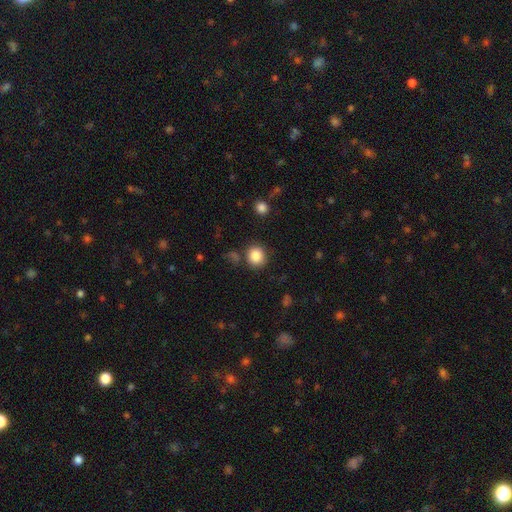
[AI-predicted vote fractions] smooth 86%, star or artifact 10%, featured or disk 4%. Down the decision tree: how rounded — round (88%); merging — none (83%).